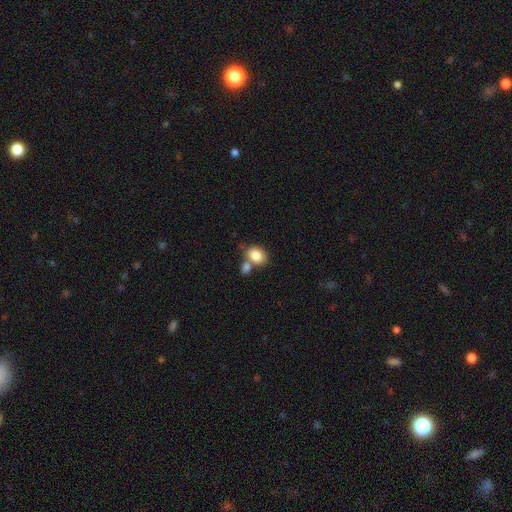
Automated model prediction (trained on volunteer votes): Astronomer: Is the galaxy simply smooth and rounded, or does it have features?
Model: smooth — 83%.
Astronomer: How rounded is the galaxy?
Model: in between — 65%.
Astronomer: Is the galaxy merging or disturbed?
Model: none — 47% (runner-up: merger, 37%).